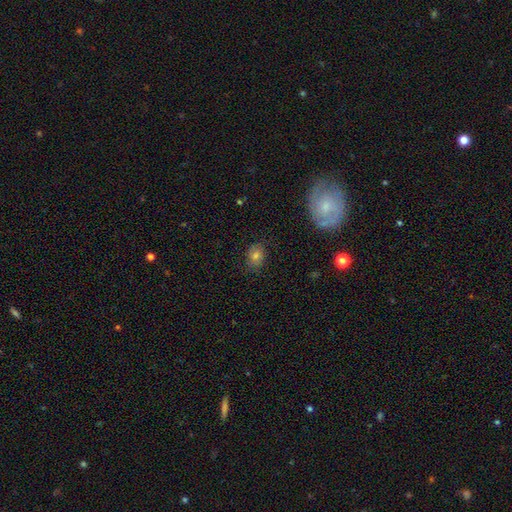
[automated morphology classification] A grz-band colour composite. It shows a smooth galaxy with no disk features (66%) that is in between round and cigar-shaped (55%). Merging: none (77%).